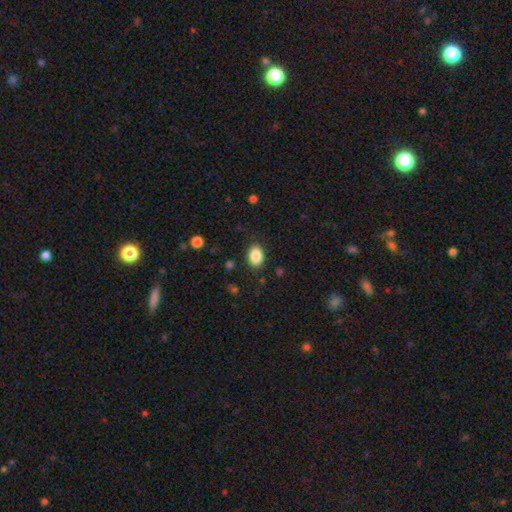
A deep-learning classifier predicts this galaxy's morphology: A smooth galaxy with no disk features (87%) that is in between round and cigar-shaped (78%).

Vote fractions:
- Smooth or featured? smooth: 87% / star or artifact: 8% / featured or disk: 4%
- How rounded? in between: 78% / round: 21% / cigar-shaped: 1%
- Merging? none: 85% / minor disturbance: 11% / major disturbance: 3% / merger: 1%